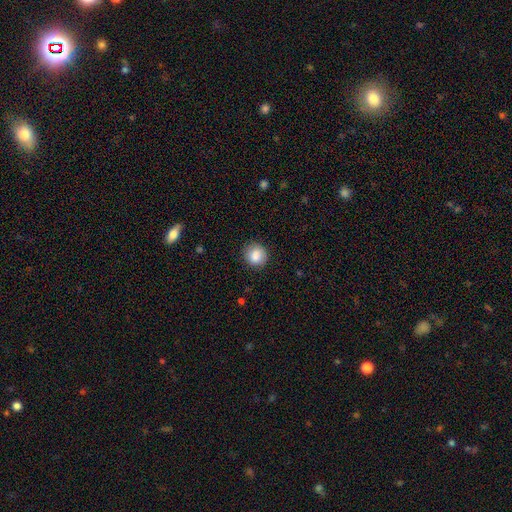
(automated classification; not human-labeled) smooth-or-featured: smooth: 86% | star or artifact: 9% | featured or disk: 6%
  how-rounded: round: 86% | in between: 13% | cigar-shaped: 1%
  merging: none: 86% | minor disturbance: 10% | major disturbance: 3% | merger: 1%